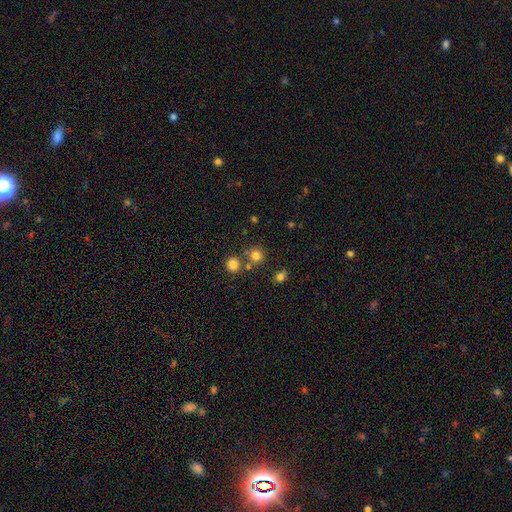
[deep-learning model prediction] smooth_or_featured: smooth (p=0.77) [alt: star or artifact p=0.16]
how_rounded: round (p=0.91) [alt: in between p=0.08]
merging: none (p=0.73) [alt: merger p=0.17]